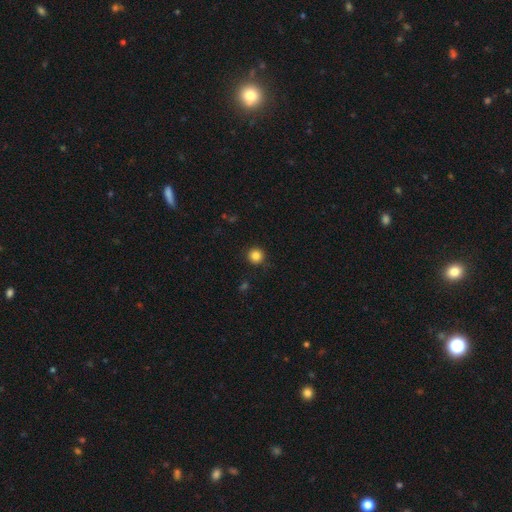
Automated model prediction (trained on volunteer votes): This appears to be a smooth galaxy with no disk features (84%) that is round (95%). Merging: none (91%).